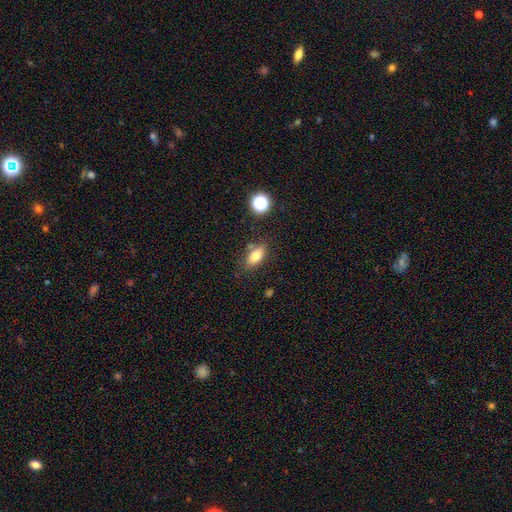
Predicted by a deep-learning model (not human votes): This appears to be a smooth galaxy with no disk features (77%) that is in between round and cigar-shaped (81%). Merging: none (76%).